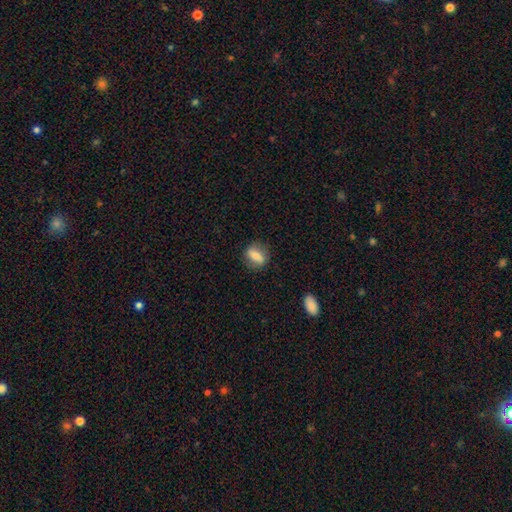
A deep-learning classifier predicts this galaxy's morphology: The model was most divided on "how rounded": in between: 58%, round: 31%, cigar-shaped: 10%. More confident: merging — none (81%); smooth or featured — smooth (65%).